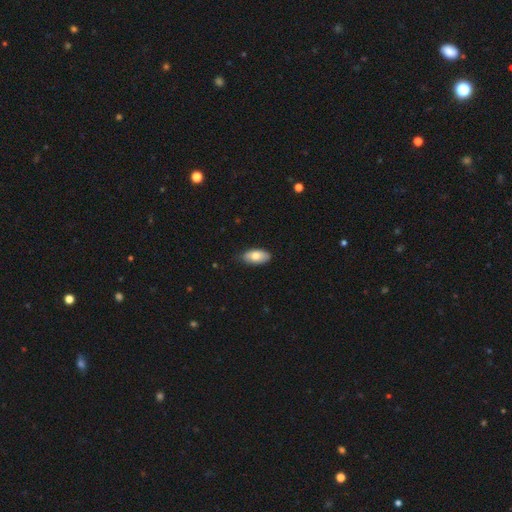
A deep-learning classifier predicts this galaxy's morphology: Smooth or featured: smooth — 77% (featured or disk — 16%)
How rounded: in between — 93% (cigar-shaped — 4%)
Merging: none — 80% (minor disturbance — 17%)